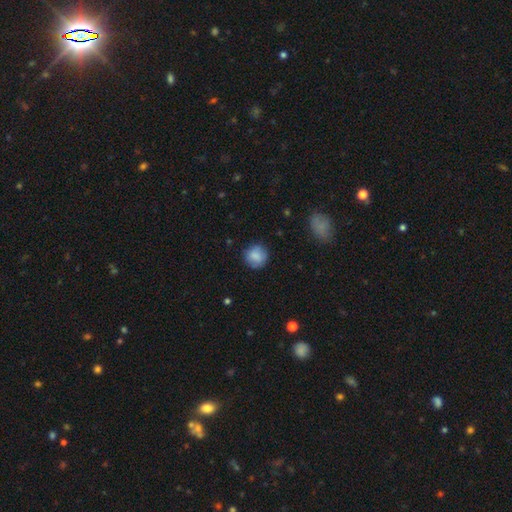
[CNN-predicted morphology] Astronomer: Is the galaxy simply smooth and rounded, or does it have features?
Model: smooth — 84%.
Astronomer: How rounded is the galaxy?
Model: round — 89%.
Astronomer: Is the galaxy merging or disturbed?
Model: none — 82%.